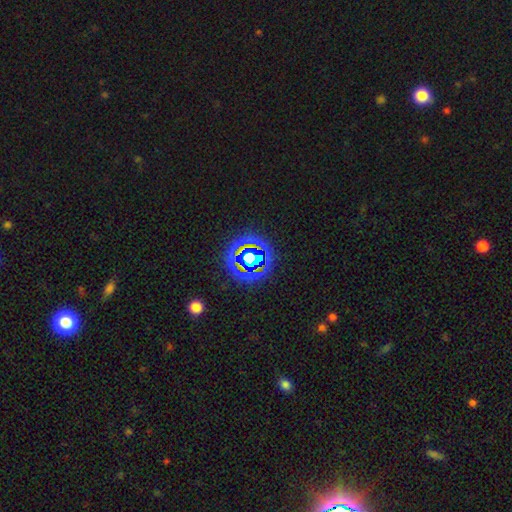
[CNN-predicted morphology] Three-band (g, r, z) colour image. It shows a star or artifact, not a galaxy (79%).